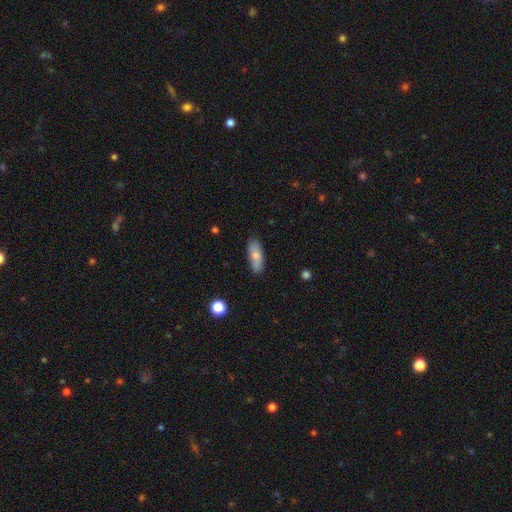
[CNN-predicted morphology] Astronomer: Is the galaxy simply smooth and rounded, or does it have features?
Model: smooth — 73%.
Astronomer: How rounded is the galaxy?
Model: in between — 77%.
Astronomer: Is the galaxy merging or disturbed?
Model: none — 83%.